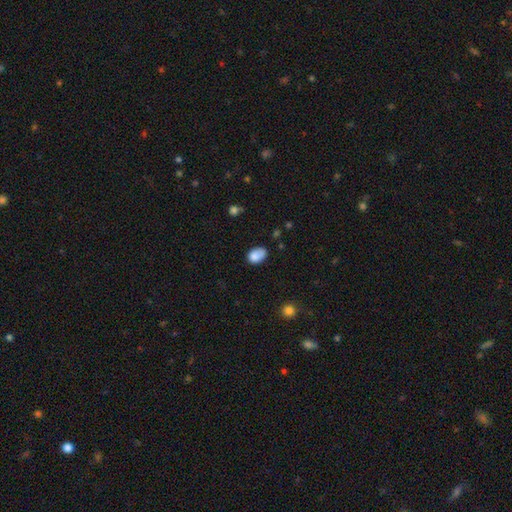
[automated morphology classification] type=smooth (83%); roundness=in between (80%); merging=none (55%).